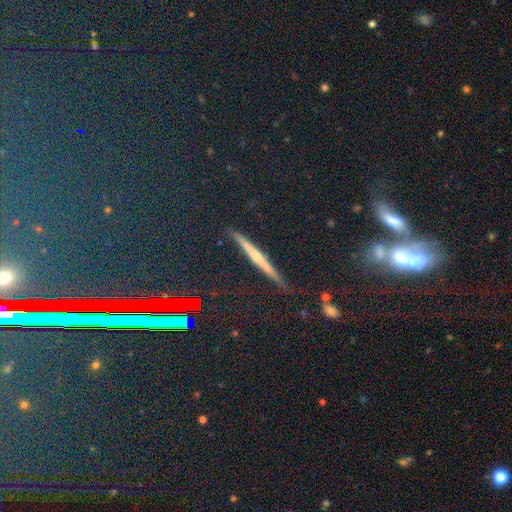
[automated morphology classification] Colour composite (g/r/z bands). It shows a star or artifact, not a galaxy (36%).